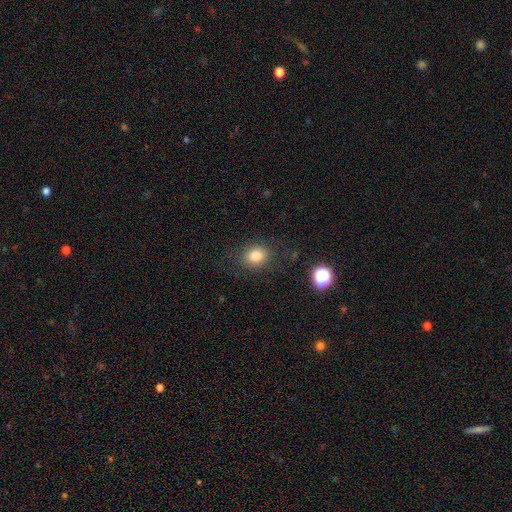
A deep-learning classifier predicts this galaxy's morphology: smooth-or-featured: smooth: 81% | star or artifact: 12% | featured or disk: 7%
  how-rounded: round: 64% | in between: 35% | cigar-shaped: 1%
  merging: none: 83% | minor disturbance: 11% | major disturbance: 5% | merger: 2%